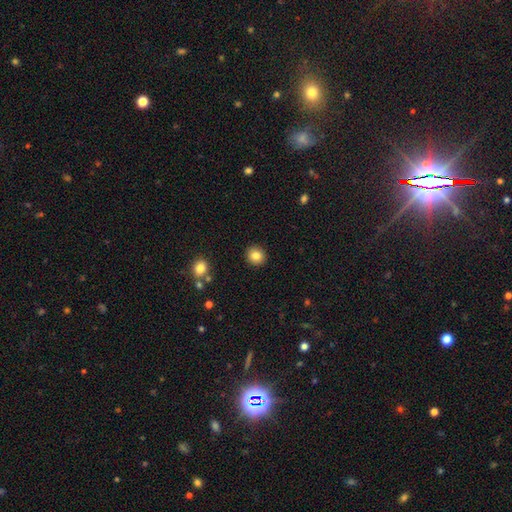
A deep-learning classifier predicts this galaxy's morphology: Smooth or featured? smooth (84%)
How rounded? round (89%)
Merging? none (92%)